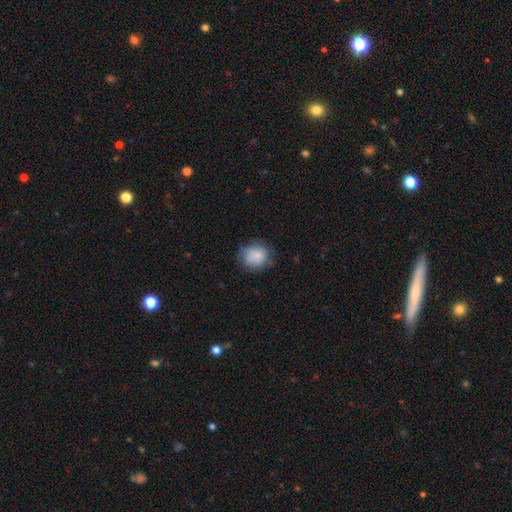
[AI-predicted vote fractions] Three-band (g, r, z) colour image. It shows a smooth galaxy with no disk features (80%) that is round (79%). Merging: none (69%).